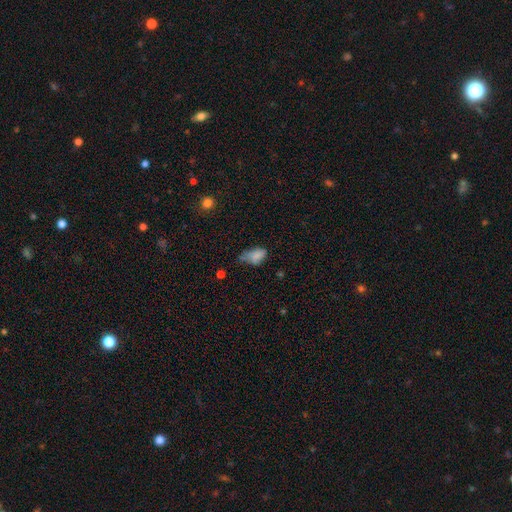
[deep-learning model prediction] smooth_or_featured: smooth (p=0.76) [alt: featured or disk p=0.13]
how_rounded: in between (p=0.90) [alt: round p=0.07]
merging: minor disturbance (p=0.41) [alt: none p=0.31]